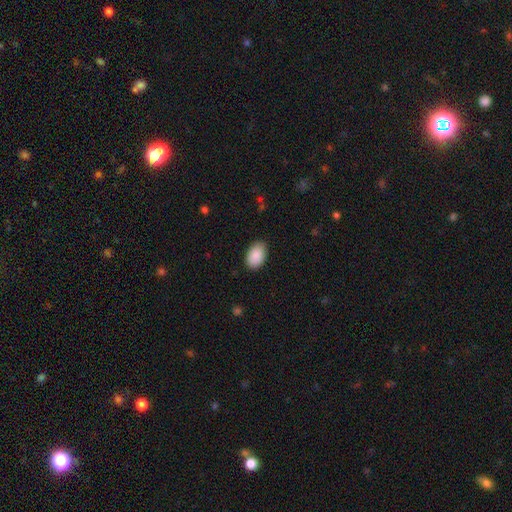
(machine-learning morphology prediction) Smooth or featured? smooth (90%)
How rounded? in between (91%)
Merging? none (85%)